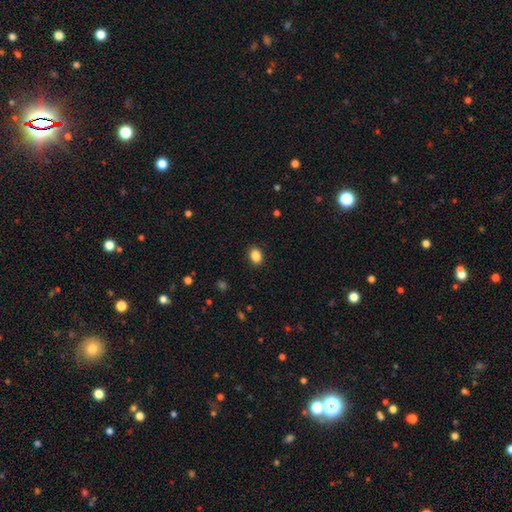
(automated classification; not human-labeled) This is clearly a smooth galaxy (87%). How rounded: likely in between (72%). Merging: clearly none (89%).